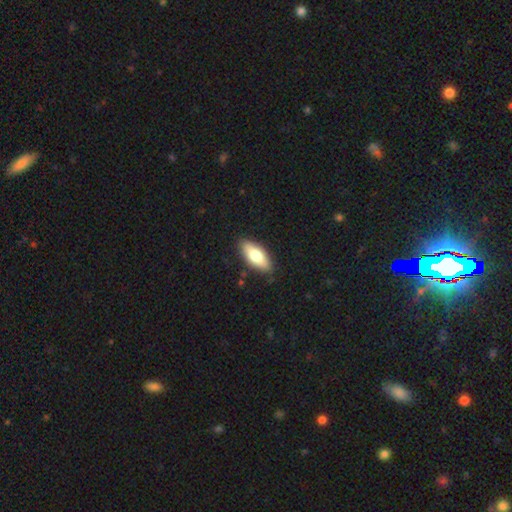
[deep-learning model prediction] Overall: smooth (71%). How rounded: in between (78%). Merging: none (87%).